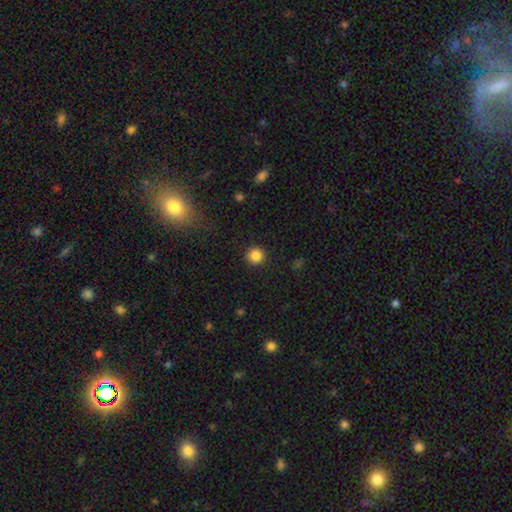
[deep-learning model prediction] Morphology: type=smooth (85%); roundness=round (95%); merging=none (91%).